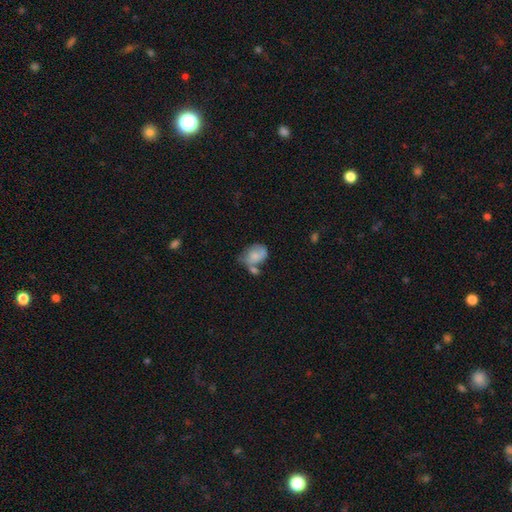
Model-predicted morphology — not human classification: Q: Smooth or featured?
A: smooth (69%); runner-up: featured or disk (23%)
Q: How rounded?
A: in between (75%); runner-up: round (24%)
Q: Merging?
A: merger (31%); runner-up: none (30%)